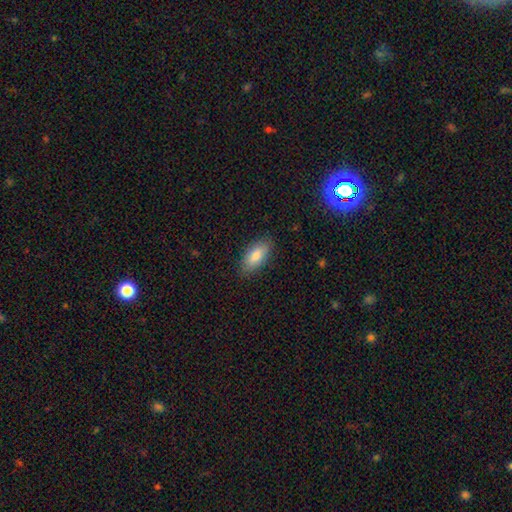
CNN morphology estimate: Smooth or featured: smooth — 83% (featured or disk — 11%)
How rounded: in between — 87% (cigar-shaped — 11%)
Merging: none — 85% (minor disturbance — 11%)